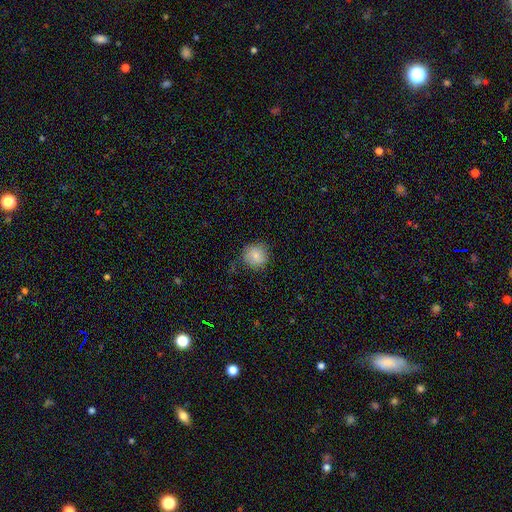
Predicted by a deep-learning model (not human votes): This appears to be a smooth galaxy with no disk features (81%) that is round (89%). Merging: none (80%).